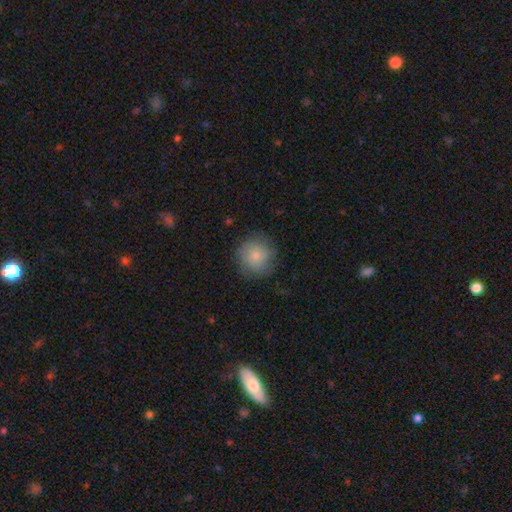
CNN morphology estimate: This is likely a smooth galaxy (75%). How rounded: clearly round (92%). Merging: likely none (77%).